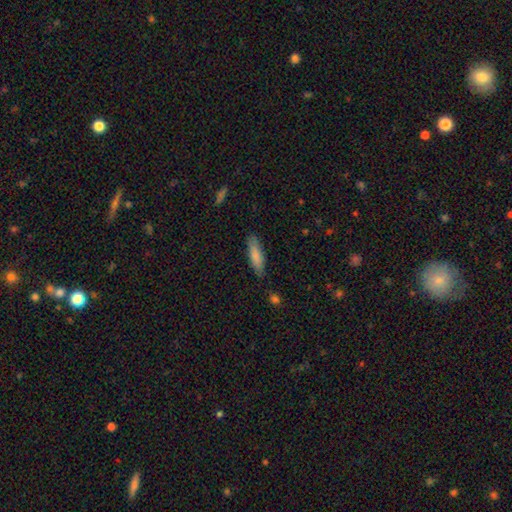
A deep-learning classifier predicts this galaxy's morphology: A smooth galaxy with no disk features (83%) that is cigar-shaped (64%).

Vote fractions:
- Smooth or featured? smooth: 83% / featured or disk: 11% / star or artifact: 6%
- How rounded? cigar-shaped: 64% / in between: 34% / round: 2%
- Merging? none: 83% / minor disturbance: 13% / major disturbance: 2% / merger: 1%